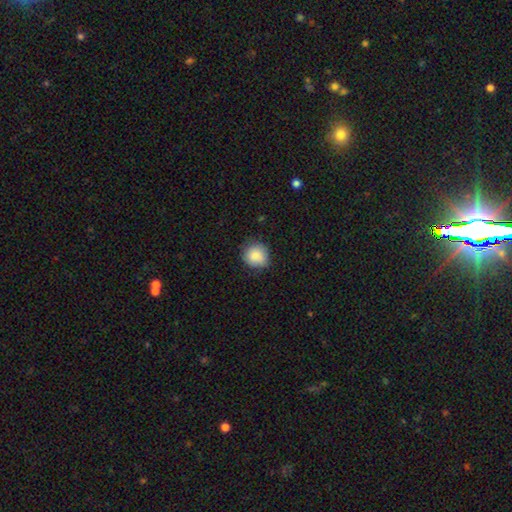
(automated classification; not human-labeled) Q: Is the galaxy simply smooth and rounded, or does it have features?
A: smooth — 85%.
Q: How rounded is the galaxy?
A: round — 87%.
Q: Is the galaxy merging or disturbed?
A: none — 76%.